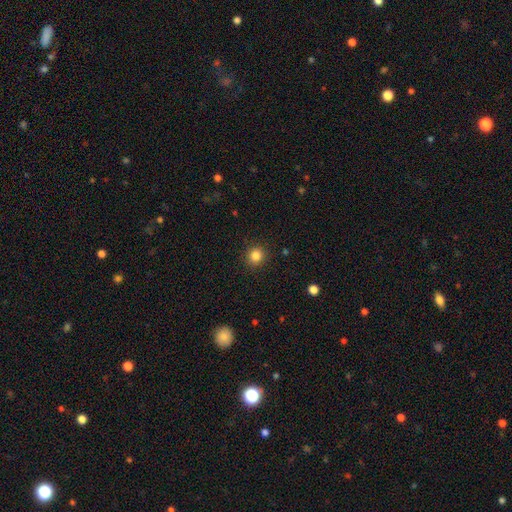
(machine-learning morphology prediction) This is clearly a smooth galaxy (84%). How rounded: clearly round (90%). Merging: clearly none (91%).